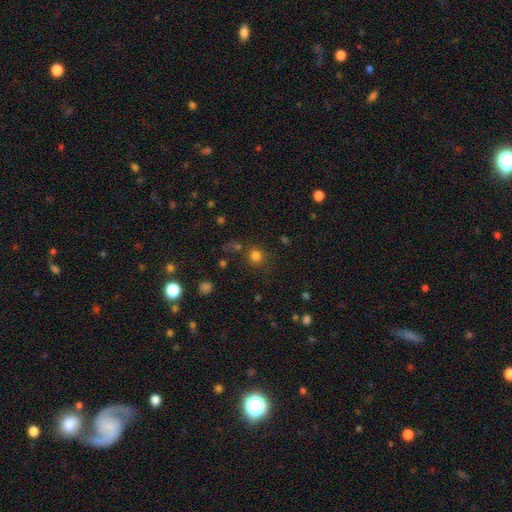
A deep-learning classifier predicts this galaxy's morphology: A smooth galaxy with no disk features (77%) that is round (89%).

Vote fractions:
- Smooth or featured? smooth: 77% / star or artifact: 17% / featured or disk: 6%
- How rounded? round: 89% / in between: 10% / cigar-shaped: 1%
- Merging? none: 74% / minor disturbance: 11% / merger: 10% / major disturbance: 6%